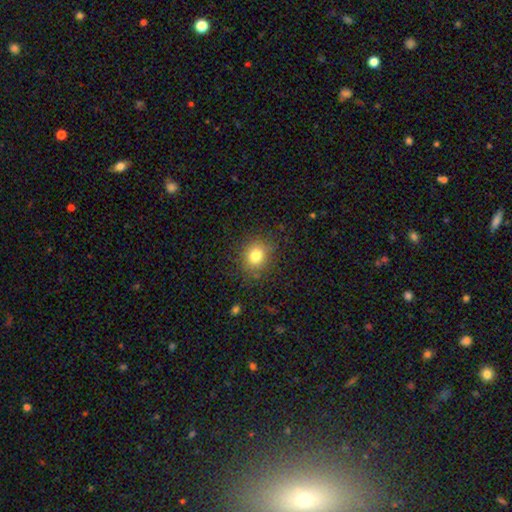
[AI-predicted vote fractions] smooth_or_featured: smooth (p=0.78) [alt: star or artifact p=0.13]
how_rounded: round (p=0.78) [alt: in between p=0.21]
merging: none (p=0.83) [alt: minor disturbance p=0.11]